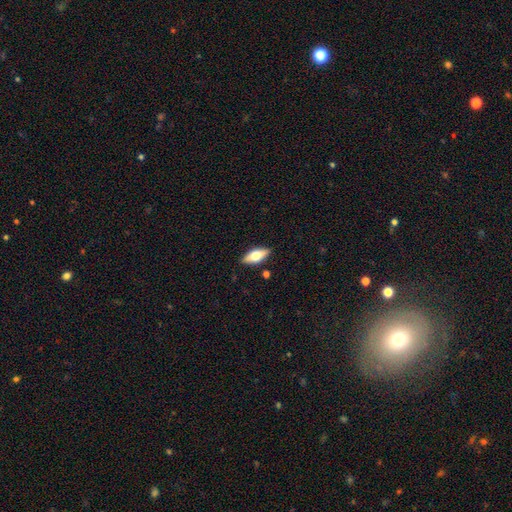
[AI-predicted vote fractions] Smooth or featured? Predicted: smooth (p=0.57). How rounded? Predicted: in between (p=0.80). Merging? Predicted: none (p=0.87).